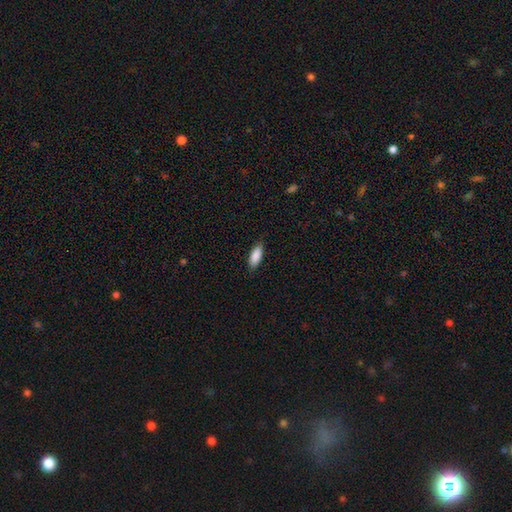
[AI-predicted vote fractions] smooth_or_featured: smooth (p=0.89) [alt: star or artifact p=0.06]
how_rounded: in between (p=0.73) [alt: cigar-shaped p=0.26]
merging: none (p=0.85) [alt: minor disturbance p=0.12]